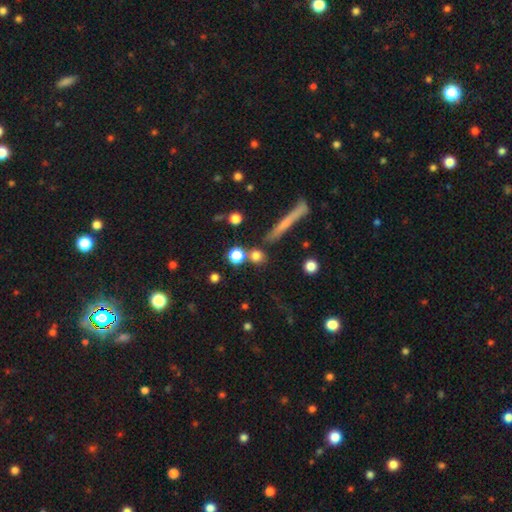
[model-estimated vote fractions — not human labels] Smooth or featured: smooth — 76% (star or artifact — 14%)
How rounded: round — 79% (in between — 12%)
Merging: none — 73% (merger — 14%)